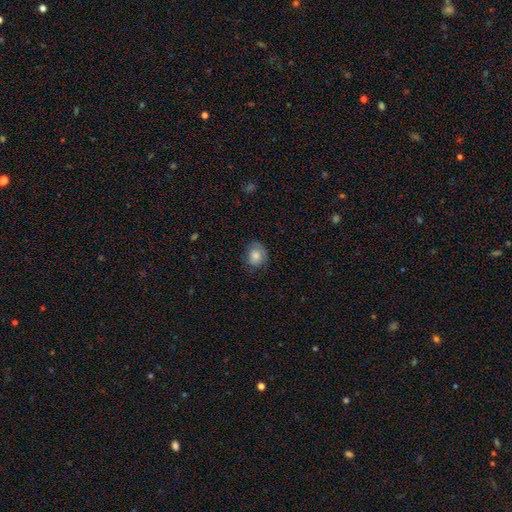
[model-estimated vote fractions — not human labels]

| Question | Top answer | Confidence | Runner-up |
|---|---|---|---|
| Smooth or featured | smooth | 78% | featured or disk (14%) |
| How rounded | round | 70% | in between (29%) |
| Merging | none | 69% | minor disturbance (23%) |